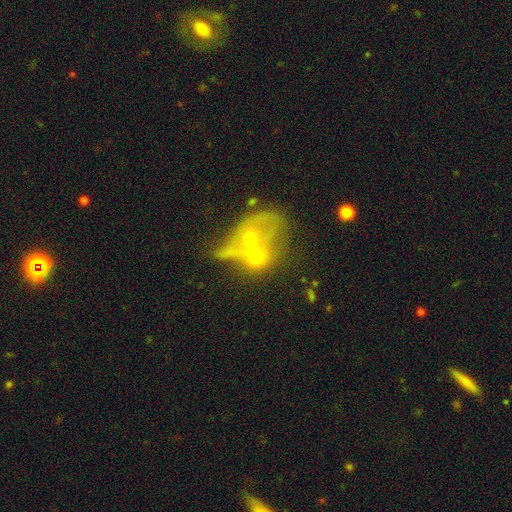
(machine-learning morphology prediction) Overall: smooth (43%, tied with featured or disk). Merging: merger (69%).